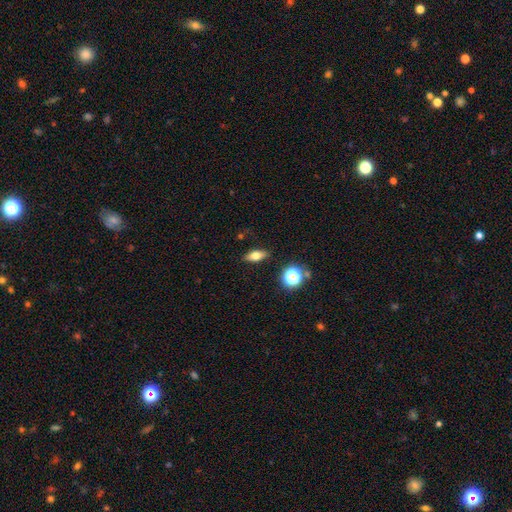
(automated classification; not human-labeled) smooth 61%, featured or disk 28%, star or artifact 12%. Down the decision tree: how rounded — in between (69%); merging — none (87%).